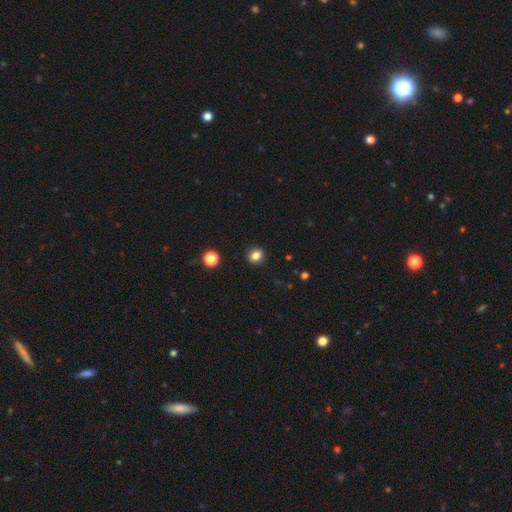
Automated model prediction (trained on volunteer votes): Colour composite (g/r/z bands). It shows a smooth galaxy with no disk features (83%) that is round (73%). Merging: none (91%).